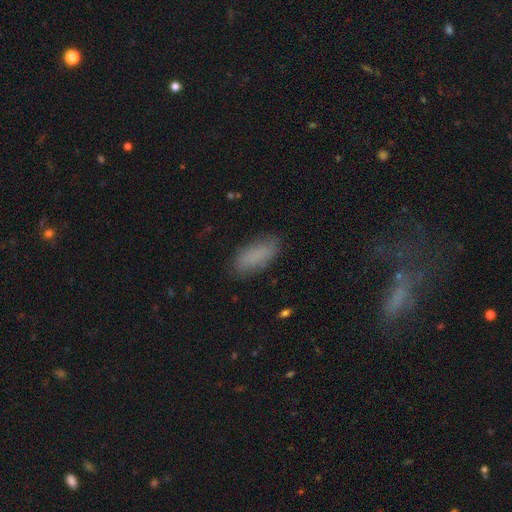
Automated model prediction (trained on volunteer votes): A smooth galaxy with no disk features (84%) that is in between round and cigar-shaped (82%).

Vote fractions:
- Smooth or featured? smooth: 84% / star or artifact: 9% / featured or disk: 8%
- How rounded? in between: 82% / cigar-shaped: 15% / round: 2%
- Merging? none: 78% / minor disturbance: 16% / major disturbance: 4% / merger: 1%